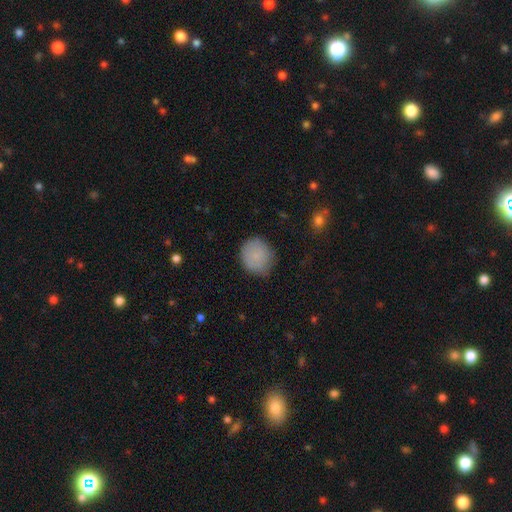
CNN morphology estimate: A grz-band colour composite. It shows a smooth galaxy with no disk features (81%) that is round (83%). Merging: none (78%).